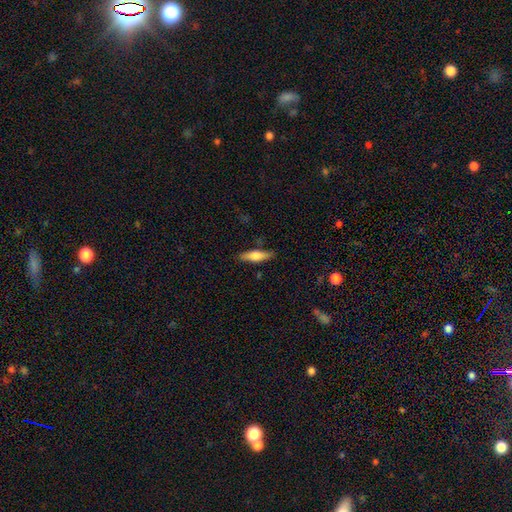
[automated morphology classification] smooth 65%, featured or disk 29%, star or artifact 6%. Down the decision tree: how rounded — cigar-shaped (63%); merging — none (83%).